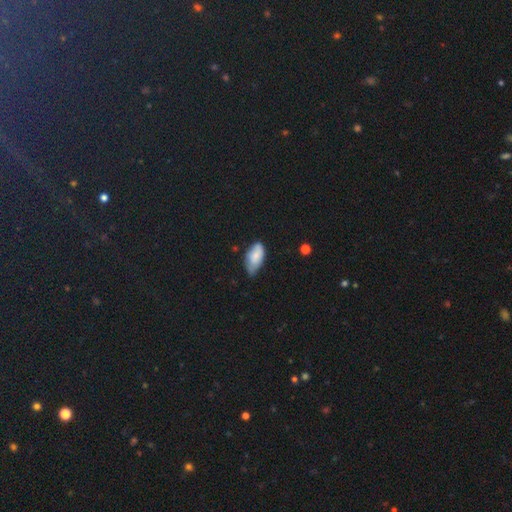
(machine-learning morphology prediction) smooth 75%, featured or disk 18%, star or artifact 7%. Down the decision tree: how rounded — in between (93%); merging — minor disturbance (45%).